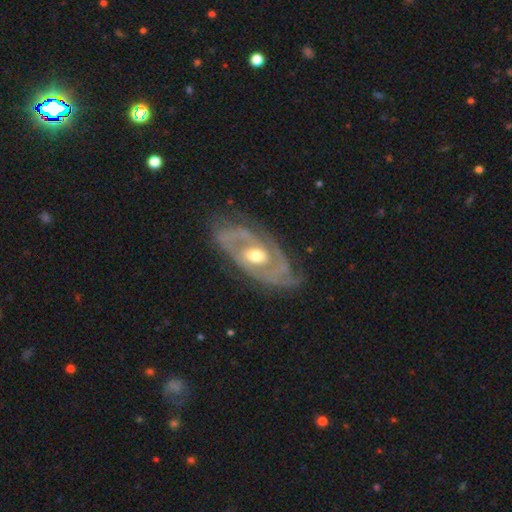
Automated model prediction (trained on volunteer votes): The model was most divided on "spiral winding": tight: 55%, medium: 34%, loose: 11%. More confident: edge-on disk — no (93%); spiral arms — yes (91%); smooth or featured — featured or disk (87%); bulge size — moderate (74%); merging — none (71%); bar — no (58%); spiral arm count — 2 (54%).